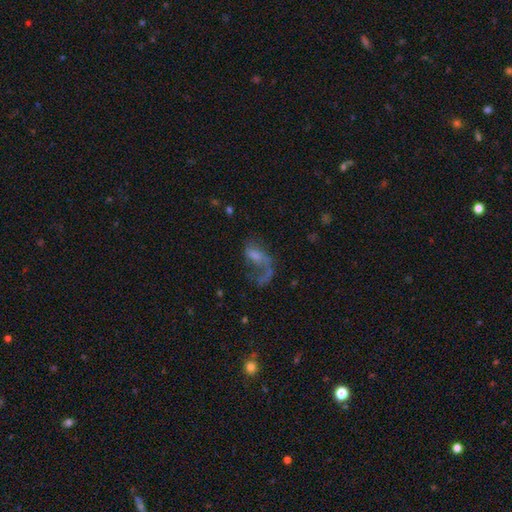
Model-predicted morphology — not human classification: Smooth or featured? Predicted: featured or disk (p=0.66). Edge-on disk? Predicted: no (p=0.95). Bar? Predicted: no (p=0.56). Spiral arms? Predicted: yes (p=0.79). Bulge size? Predicted: small (p=0.39). Merging? Predicted: major disturbance (p=0.45).